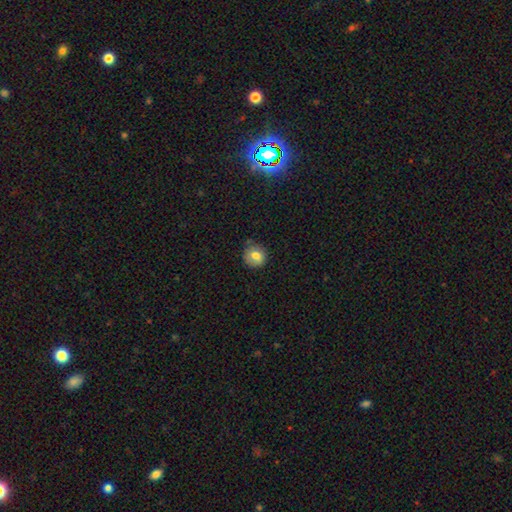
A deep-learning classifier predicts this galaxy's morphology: type=smooth (76%); roundness=round (85%); merging=none (72%).